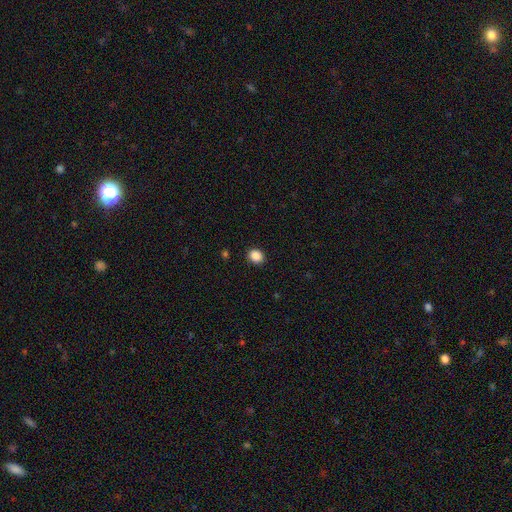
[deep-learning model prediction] smooth_or_featured: smooth (p=0.88) [alt: star or artifact p=0.10]
how_rounded: round (p=0.69) [alt: in between p=0.30]
merging: none (p=0.91) [alt: minor disturbance p=0.06]